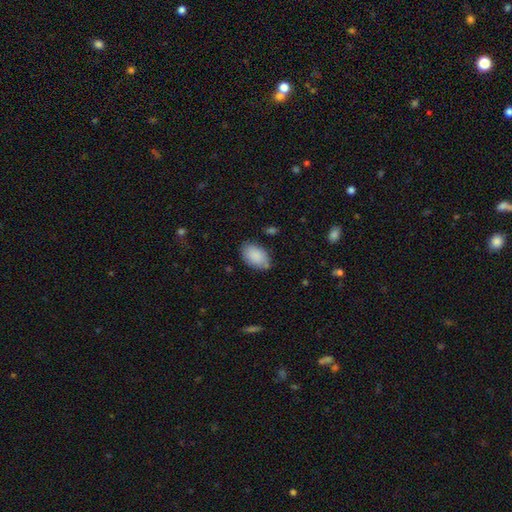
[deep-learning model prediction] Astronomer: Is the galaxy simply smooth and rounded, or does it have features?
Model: smooth — 89%.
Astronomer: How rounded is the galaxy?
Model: in between — 93%.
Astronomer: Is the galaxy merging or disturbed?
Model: none — 78%.